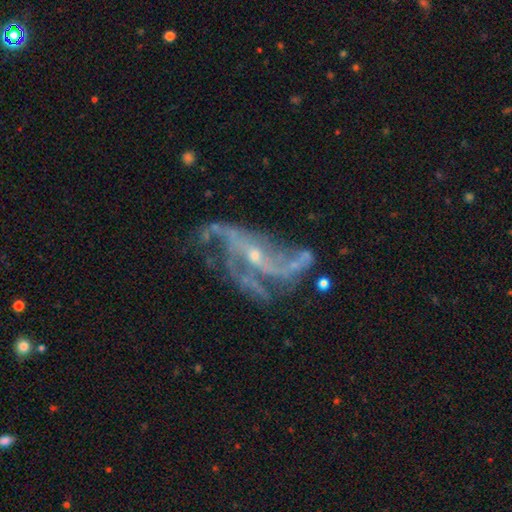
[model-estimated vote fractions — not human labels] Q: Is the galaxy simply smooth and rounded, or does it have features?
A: featured or disk — 88%.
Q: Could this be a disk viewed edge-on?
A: no — 95%.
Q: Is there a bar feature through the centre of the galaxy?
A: no — 56%.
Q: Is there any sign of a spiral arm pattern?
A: yes — 92%.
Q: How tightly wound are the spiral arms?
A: loose — 58%.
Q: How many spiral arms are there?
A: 2 — 30%.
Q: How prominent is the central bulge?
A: small — 73%.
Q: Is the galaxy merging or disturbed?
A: none — 47%.